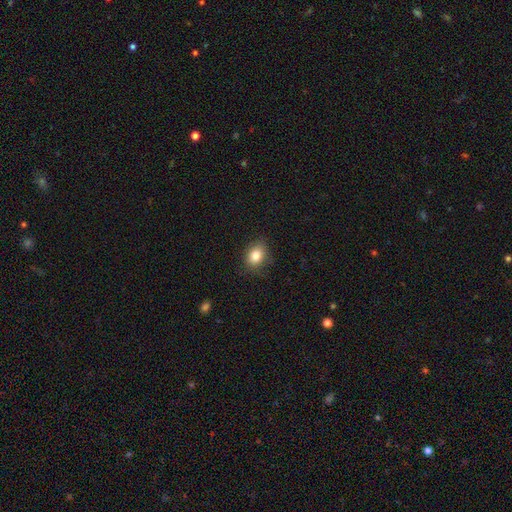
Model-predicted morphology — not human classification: Smooth or featured? smooth (83%)
How rounded? in between (64%)
Merging? none (81%)